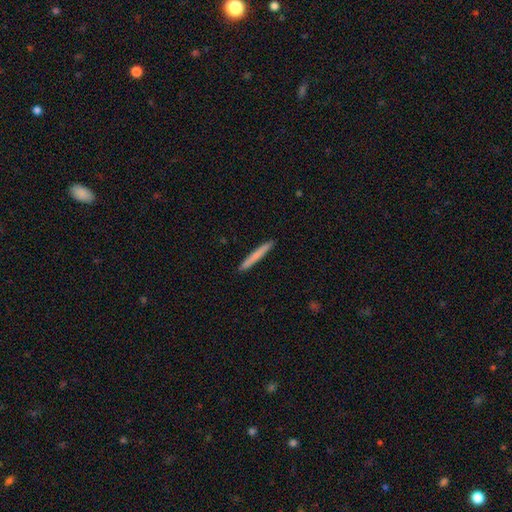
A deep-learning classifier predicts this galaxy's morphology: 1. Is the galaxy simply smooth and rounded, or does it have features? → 73% smooth, 22% featured or disk, 5% star or artifact.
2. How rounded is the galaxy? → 97% cigar-shaped, 2% in between, 1% round.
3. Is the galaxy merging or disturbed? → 92% none, 5% minor disturbance, 1% major disturbance, 1% merger.